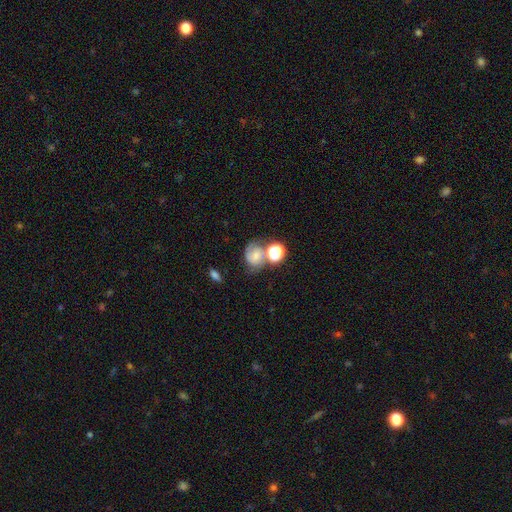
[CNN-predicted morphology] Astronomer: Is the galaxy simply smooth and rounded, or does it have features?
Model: featured or disk — 48% (runner-up: smooth, 37%).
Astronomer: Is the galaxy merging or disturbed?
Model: none — 44% (runner-up: merger, 26%).